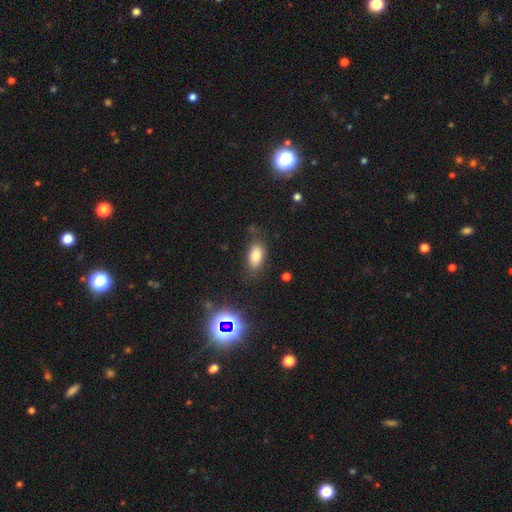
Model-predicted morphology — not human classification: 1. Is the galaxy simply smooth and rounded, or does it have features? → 79% smooth, 11% star or artifact, 9% featured or disk.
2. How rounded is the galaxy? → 90% in between, 6% round, 4% cigar-shaped.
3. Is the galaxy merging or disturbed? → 78% none, 15% minor disturbance, 5% major disturbance, 3% merger.